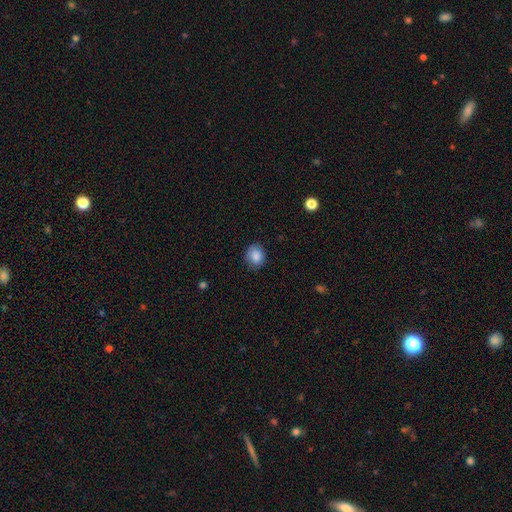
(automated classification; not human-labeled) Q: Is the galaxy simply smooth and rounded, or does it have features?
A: smooth — 87%.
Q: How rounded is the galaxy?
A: round — 62%.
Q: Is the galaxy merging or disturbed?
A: none — 80%.